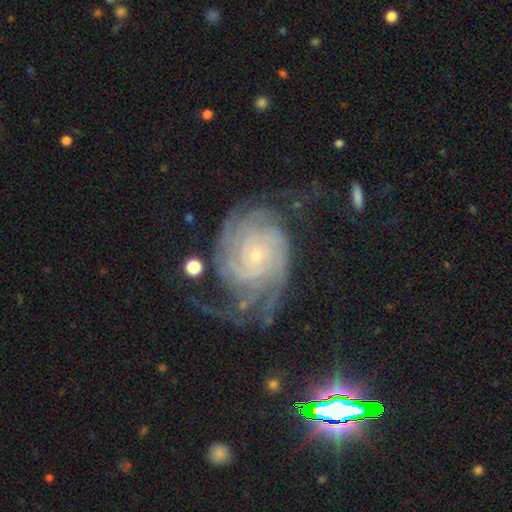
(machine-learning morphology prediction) Smooth or featured? featured or disk (90%)
Edge-on disk? no (98%)
Bar? no (77%)
Spiral arms? yes (98%)
Spiral winding? tight (73%)
Spiral arm count? 4 (23%)
Bulge size? small (84%)
Merging? none (60%)